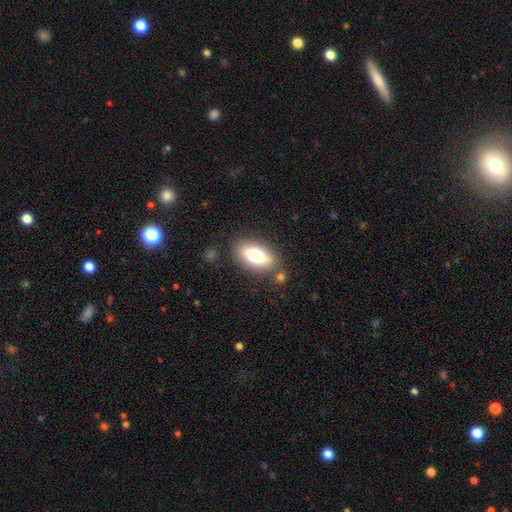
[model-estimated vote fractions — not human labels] smooth 76%, featured or disk 16%, star or artifact 8%. Down the decision tree: how rounded — in between (89%); merging — none (78%).